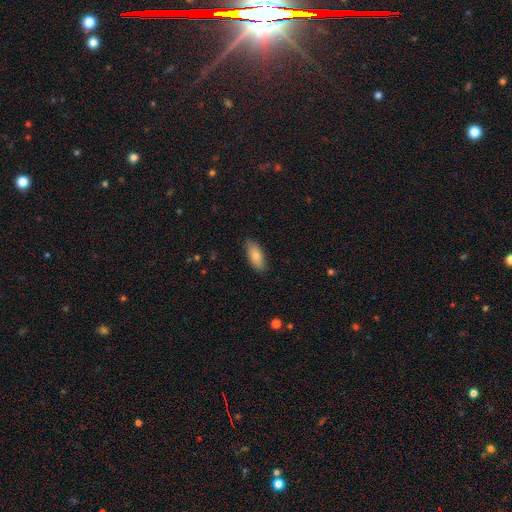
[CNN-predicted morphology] This appears to be a smooth galaxy with no disk features (82%) that is in between round and cigar-shaped (79%). Merging: none (85%).